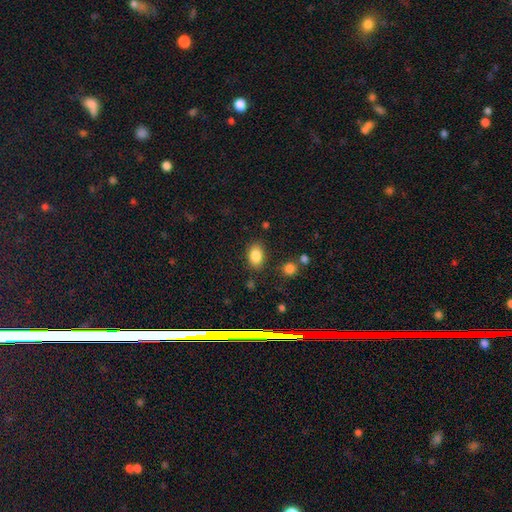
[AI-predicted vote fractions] Overall: smooth (83%). How rounded: in between (83%). Merging: none (80%).